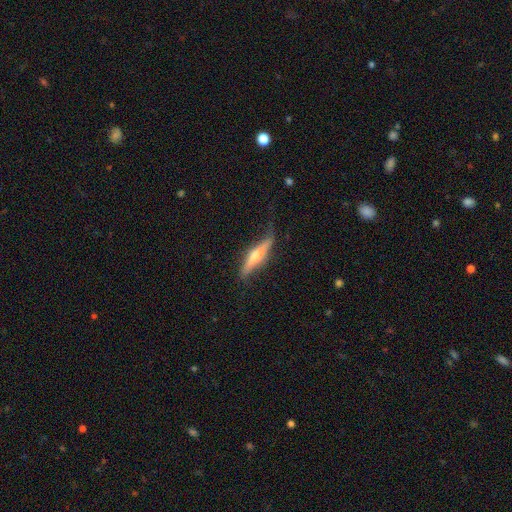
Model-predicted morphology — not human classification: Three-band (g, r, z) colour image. It shows a featured or disk galaxy (60%) viewed edge-on (89%) with a rounded central bulge (84%). Merging: none (63%).